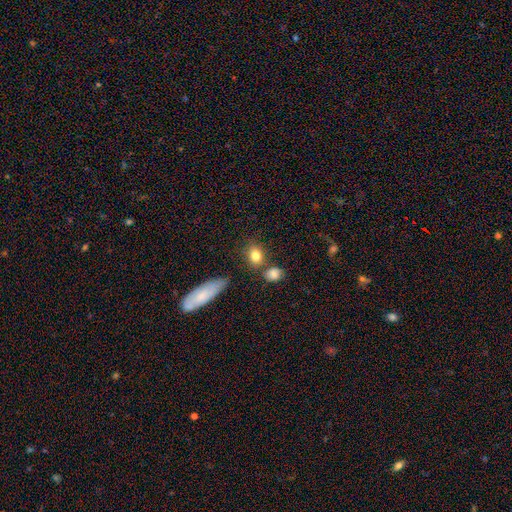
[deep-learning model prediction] Smooth or featured?
  - smooth: 81% *
  - star or artifact: 10%
  - featured or disk: 9%
How rounded?
  - in between: 57% *
  - round: 40%
  - cigar-shaped: 3%
Merging?
  - none: 72% *
  - minor disturbance: 12%
  - merger: 12%
  - major disturbance: 4%